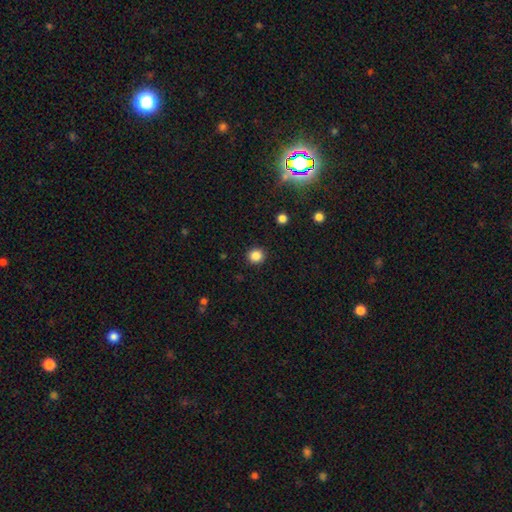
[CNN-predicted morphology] This is clearly a smooth galaxy (85%). How rounded: clearly round (89%). Merging: clearly none (92%).